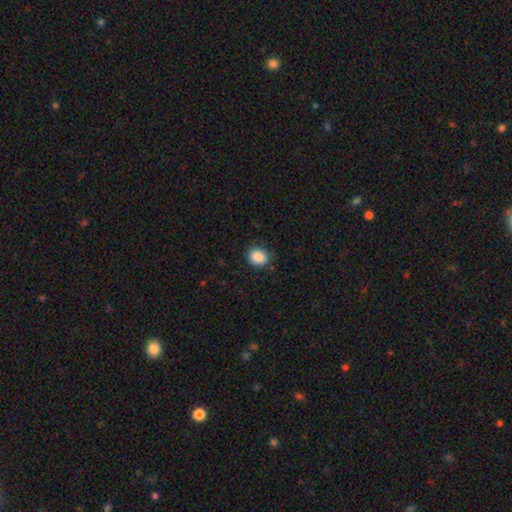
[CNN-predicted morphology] Smooth or featured: smooth — 88% (star or artifact — 8%)
How rounded: round — 58% (in between — 41%)
Merging: none — 85% (minor disturbance — 12%)